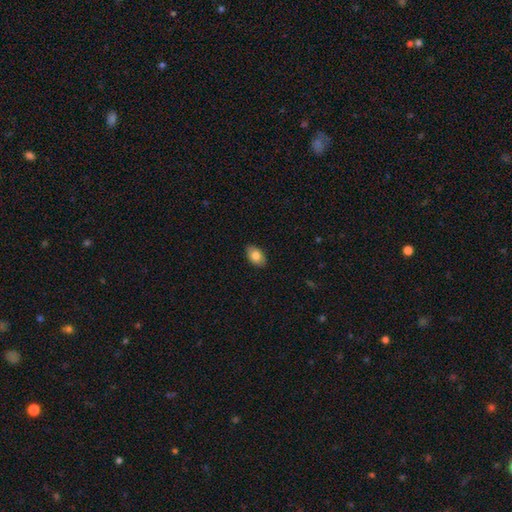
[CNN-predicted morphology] Overall: smooth (81%). How rounded: in between (91%). Merging: none (87%).